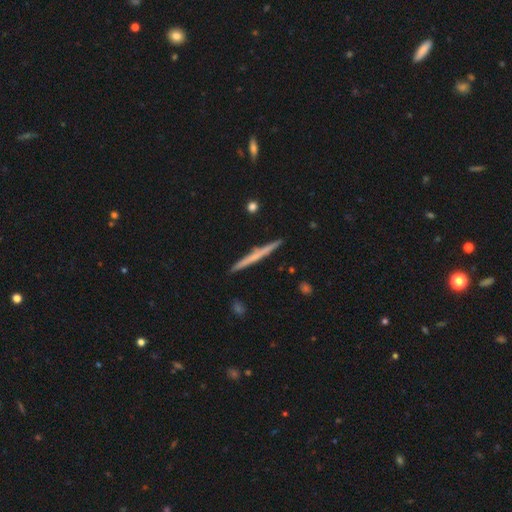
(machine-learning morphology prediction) This is possibly a featured or disk galaxy (52%). It is clearly viewed edge-on (98%). Edge-on bulge: likely none (78%). Merging: clearly none (91%).